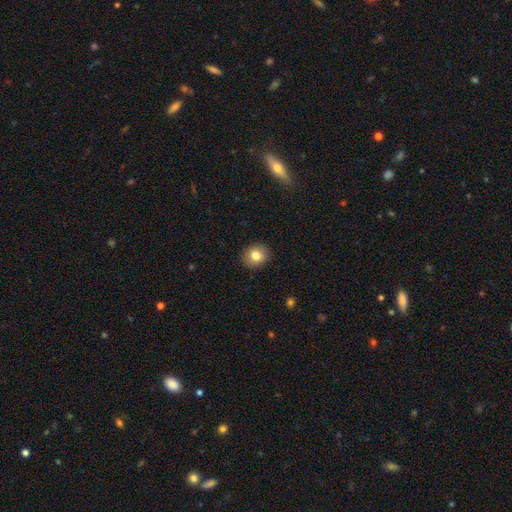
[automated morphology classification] smooth-or-featured: smooth: 81% | star or artifact: 10% | featured or disk: 9%
  how-rounded: round: 73% | in between: 26% | cigar-shaped: 1%
  merging: none: 91% | minor disturbance: 7% | major disturbance: 2% | merger: 1%